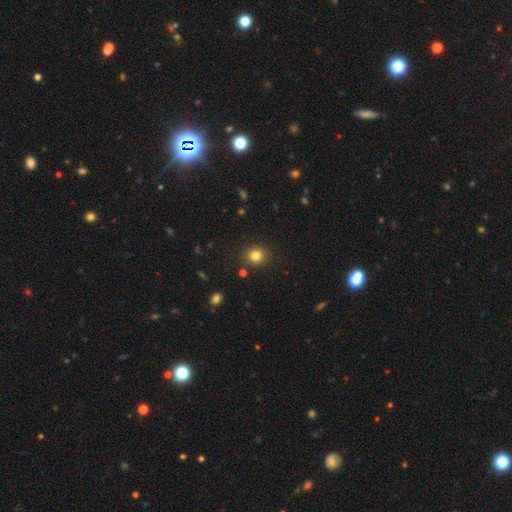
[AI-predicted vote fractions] smooth-or-featured: smooth: 81% | star or artifact: 13% | featured or disk: 6%
  how-rounded: round: 84% | in between: 15% | cigar-shaped: 1%
  merging: none: 89% | minor disturbance: 7% | merger: 2% | major disturbance: 2%